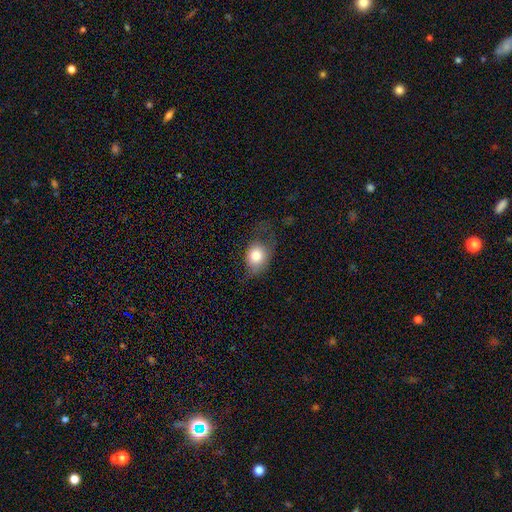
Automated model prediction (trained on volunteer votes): Overall: smooth (77%). How rounded: in between (56%; round 43%). Merging: none (41%; minor disturbance 31%).